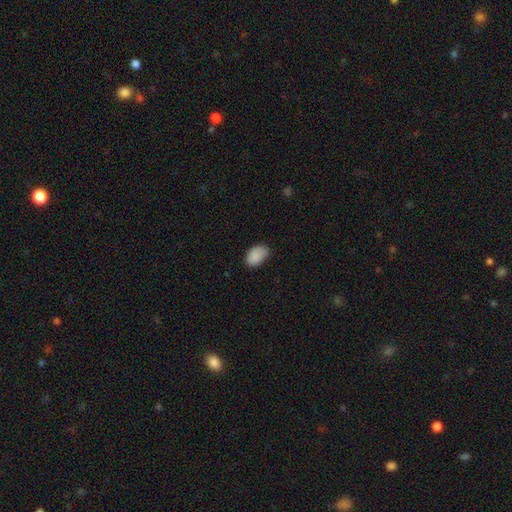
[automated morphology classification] Smooth or featured?
  - smooth: 87% *
  - star or artifact: 7%
  - featured or disk: 5%
How rounded?
  - in between: 88% *
  - round: 11%
  - cigar-shaped: 1%
Merging?
  - none: 73% *
  - minor disturbance: 22%
  - major disturbance: 4%
  - merger: 1%